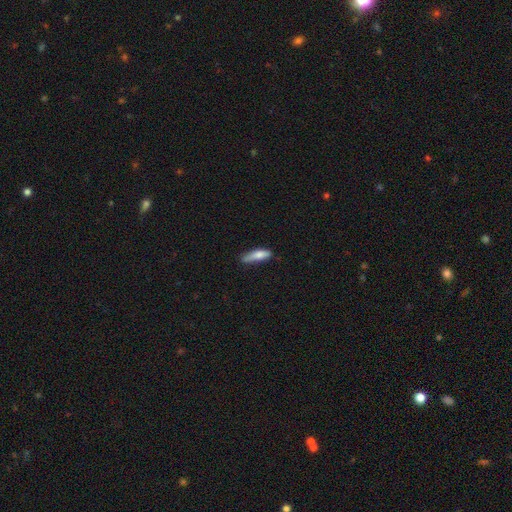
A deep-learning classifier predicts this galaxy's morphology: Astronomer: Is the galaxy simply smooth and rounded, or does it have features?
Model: smooth — 70%.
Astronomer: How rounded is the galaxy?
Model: cigar-shaped — 71%.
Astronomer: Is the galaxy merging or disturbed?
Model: none — 66%.